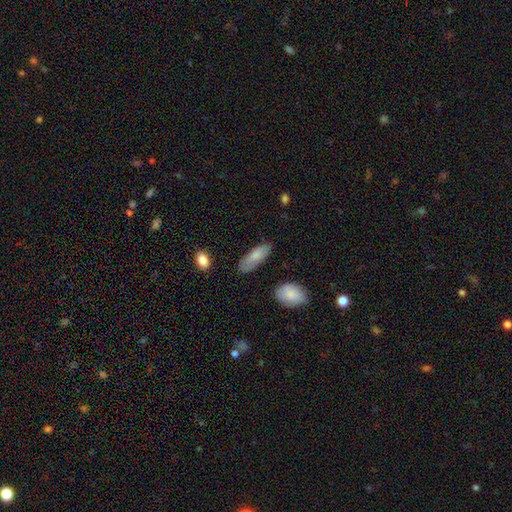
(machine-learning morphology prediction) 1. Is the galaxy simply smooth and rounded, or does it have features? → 81% smooth, 13% featured or disk, 6% star or artifact.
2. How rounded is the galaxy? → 67% in between, 31% cigar-shaped, 2% round.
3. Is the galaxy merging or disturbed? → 75% none, 19% minor disturbance, 4% major disturbance, 2% merger.